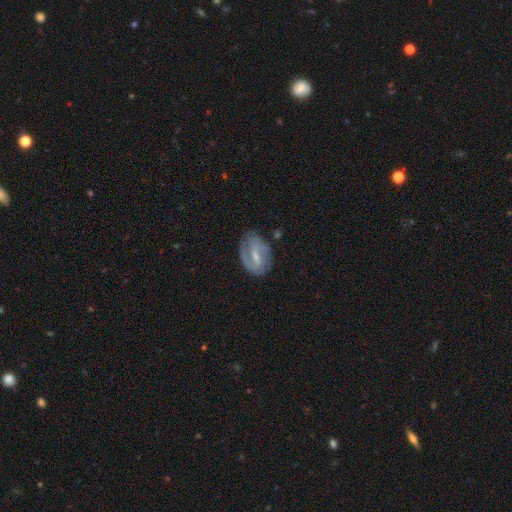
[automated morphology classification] This is likely a featured or disk galaxy (75%). It is clearly not viewed edge-on (96%). Bar: possibly weak (51%). Spiral arm pattern: clearly yes (89%). Spiral arm count: likely 2 (75%). Spiral winding: marginally medium (45%). Central bulge: possibly small (54%). Merging: likely none (70%).